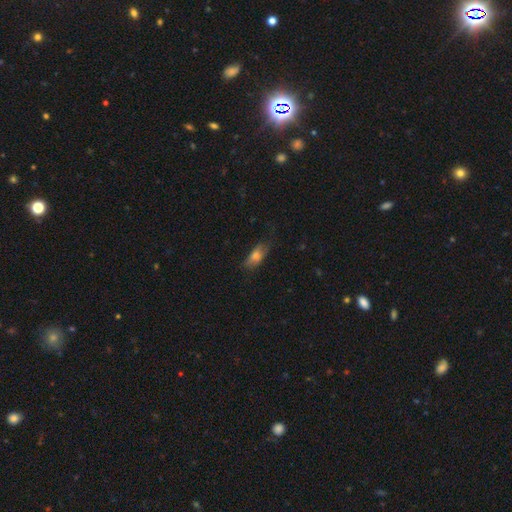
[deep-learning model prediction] Morphology: type=smooth (69%); roundness=in between (72%); merging=none (60%).